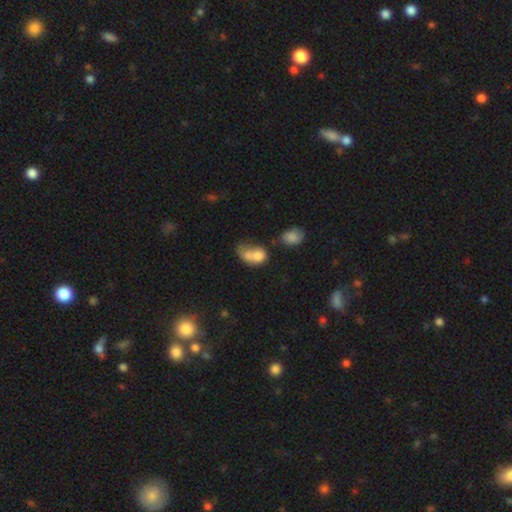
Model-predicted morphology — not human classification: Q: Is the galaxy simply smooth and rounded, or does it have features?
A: smooth — 70%.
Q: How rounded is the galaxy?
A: in between — 77%.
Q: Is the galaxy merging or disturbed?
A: merger — 43%.